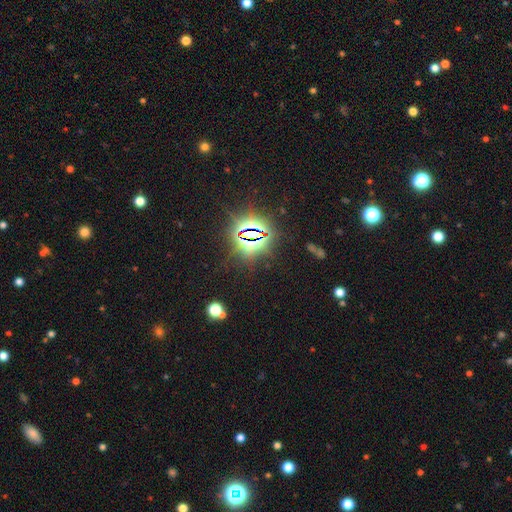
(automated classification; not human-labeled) Q: Smooth or featured?
A: star or artifact (81%); runner-up: smooth (12%)